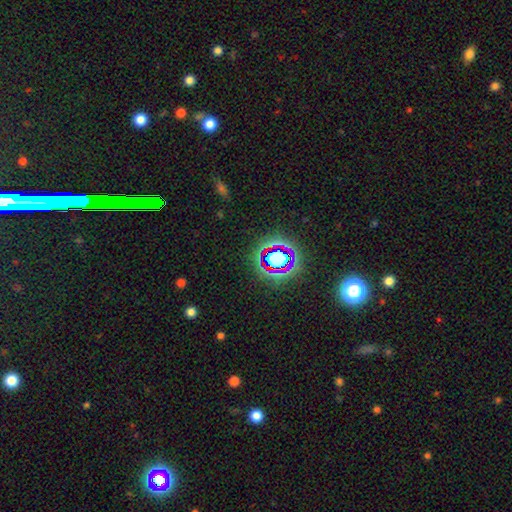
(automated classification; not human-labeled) The model was most divided on "smooth or featured": star or artifact: 80%, smooth: 12%, featured or disk: 8%.